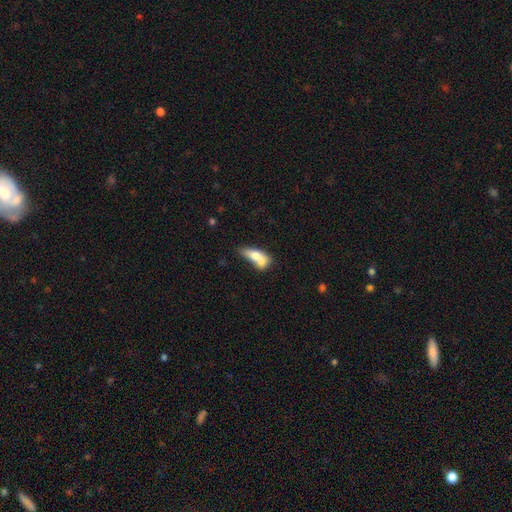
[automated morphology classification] This appears to be a smooth galaxy with no disk features (66%) that is in between round and cigar-shaped (68%). Merging: merger (57%).